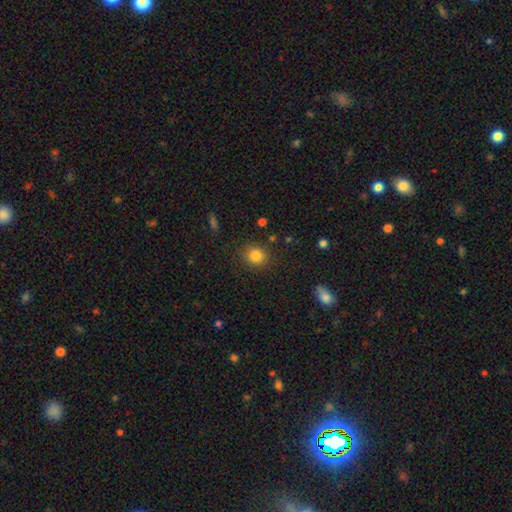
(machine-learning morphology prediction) type=smooth (83%); roundness=round (86%); merging=none (86%).